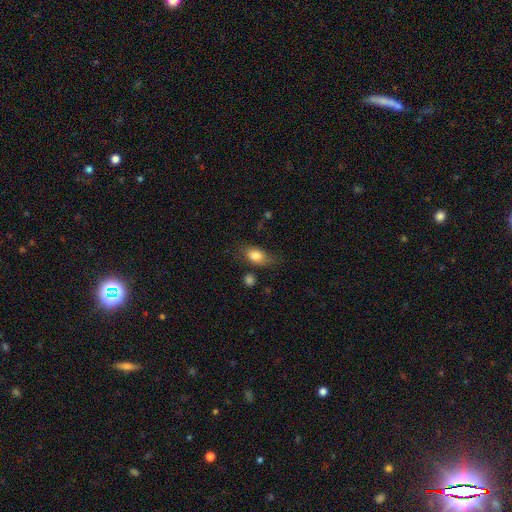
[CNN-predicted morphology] Smooth or featured?
  - smooth: 81% *
  - featured or disk: 11%
  - star or artifact: 8%
How rounded?
  - in between: 79% *
  - round: 17%
  - cigar-shaped: 4%
Merging?
  - none: 65% *
  - minor disturbance: 23%
  - major disturbance: 8%
  - merger: 4%